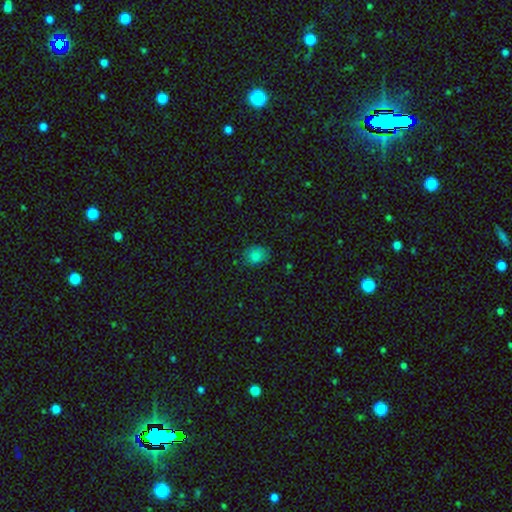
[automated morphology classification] Smooth or featured?
  - smooth: 82% *
  - star or artifact: 13%
  - featured or disk: 5%
How rounded?
  - in between: 53% *
  - round: 46%
  - cigar-shaped: 1%
Merging?
  - none: 75% *
  - minor disturbance: 19%
  - major disturbance: 4%
  - merger: 2%